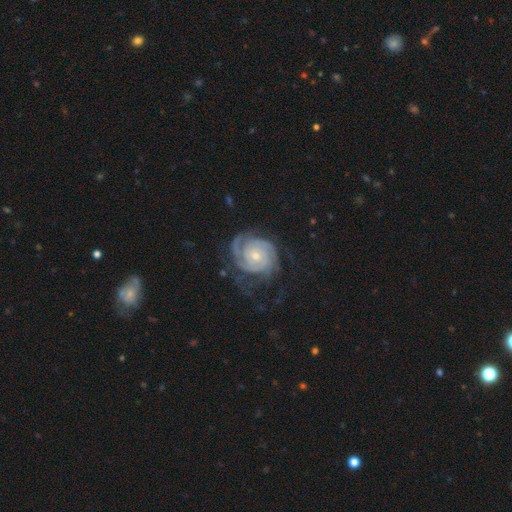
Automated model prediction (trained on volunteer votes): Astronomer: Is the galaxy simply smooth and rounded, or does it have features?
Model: featured or disk — 90%.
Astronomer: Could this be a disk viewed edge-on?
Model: no — 98%.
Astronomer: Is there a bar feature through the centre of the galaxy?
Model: no — 73%.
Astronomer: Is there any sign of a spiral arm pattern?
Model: yes — 98%.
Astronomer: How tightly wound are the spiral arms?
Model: tight — 77%.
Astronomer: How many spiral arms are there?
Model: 3 — 28% (runner-up: 2, 25%).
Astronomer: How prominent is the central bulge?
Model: small — 59% (runner-up: moderate, 38%).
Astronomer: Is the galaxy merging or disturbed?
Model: none — 65%.